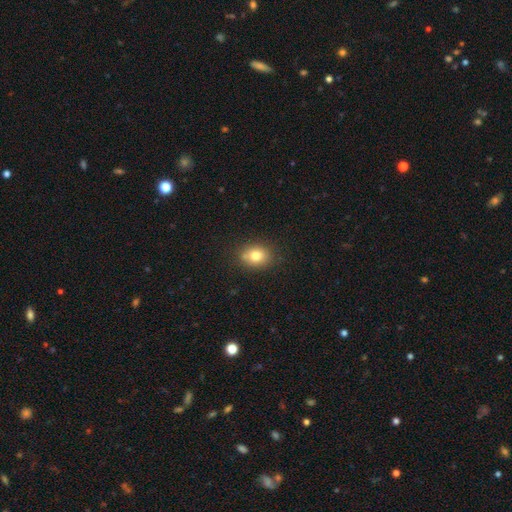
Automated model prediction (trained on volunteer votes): This appears to be a smooth galaxy with no disk features (79%) that is round (54%). Merging: none (77%).